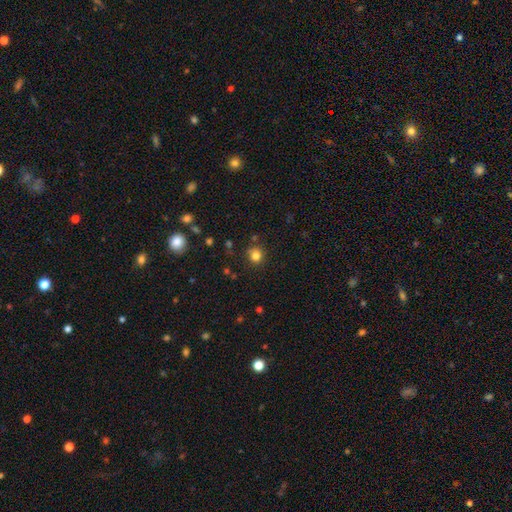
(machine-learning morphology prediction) Smooth or featured: smooth — 81% (star or artifact — 14%)
How rounded: round — 87% (in between — 12%)
Merging: none — 81% (minor disturbance — 11%)